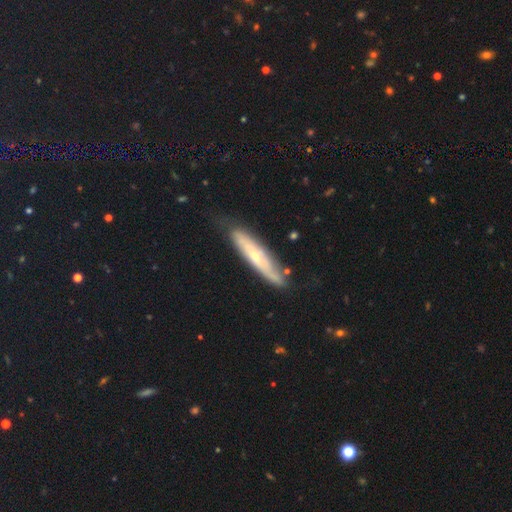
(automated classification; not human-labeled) A featured or disk galaxy (59%) viewed edge-on (57%).

Vote fractions:
- Smooth or featured? featured or disk: 59% / smooth: 36% / star or artifact: 6%
- Edge-on disk? yes: 57% / no: 43%
- Merging? none: 72% / minor disturbance: 20% / major disturbance: 4% / merger: 3%